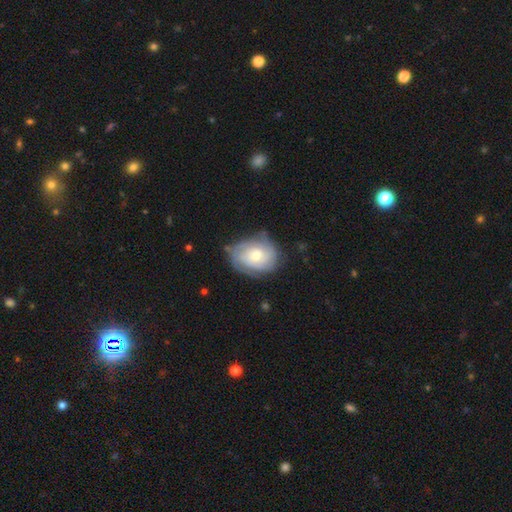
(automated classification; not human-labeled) A featured or disk galaxy (59%) with no bar (79%), spiral arms (80%) and a moderate central bulge (49%).

Vote fractions:
- Smooth or featured? featured or disk: 59% / smooth: 35% / star or artifact: 7%
- Edge-on disk? no: 96% / yes: 4%
- Bar? no: 79% / weak: 18% / strong: 3%
- Spiral arms? yes: 80% / no: 20%
- Bulge size? moderate: 49% / small: 44% / large: 4% / none: 1% / dominant: 1%
- Merging? none: 63% / minor disturbance: 26% / major disturbance: 9% / merger: 2%